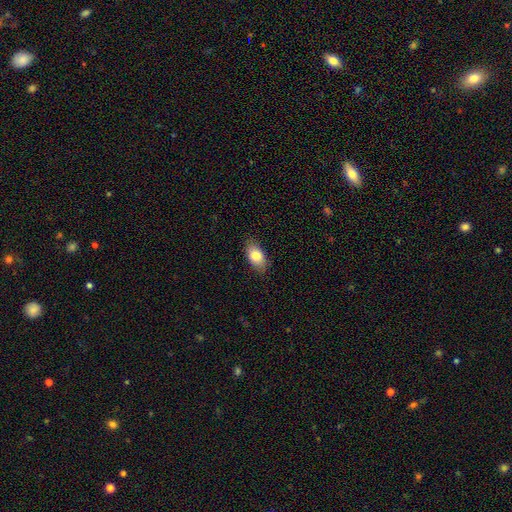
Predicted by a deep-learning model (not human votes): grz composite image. It shows a smooth galaxy with no disk features (83%) that is in between round and cigar-shaped (91%). Merging: none (84%).